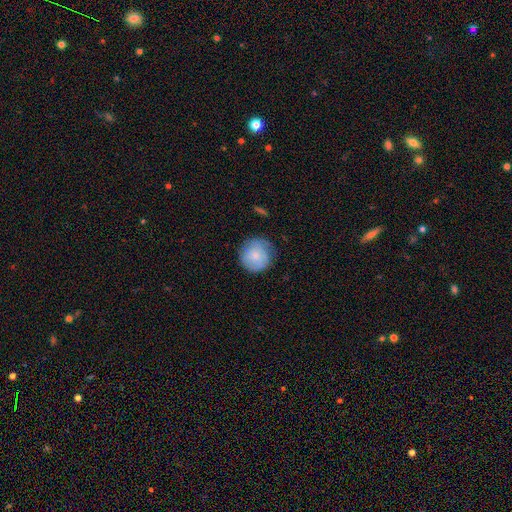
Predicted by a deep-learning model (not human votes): The model was most divided on "merging": none: 71%, minor disturbance: 22%, major disturbance: 6%, merger: 1%. More confident: how rounded — round (92%); smooth or featured — smooth (73%).